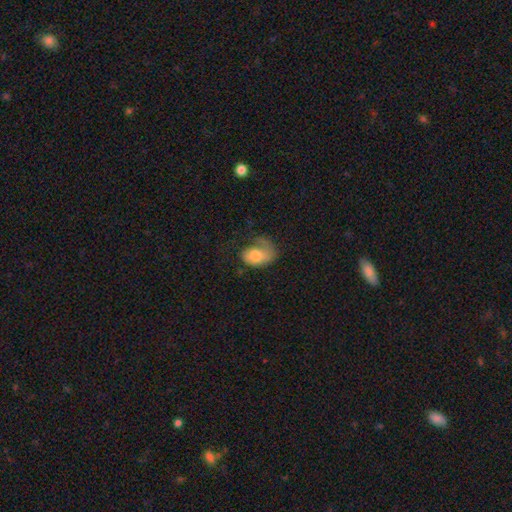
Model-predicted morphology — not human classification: type=smooth (67%); roundness=in between (84%); merging=major disturbance (46%).